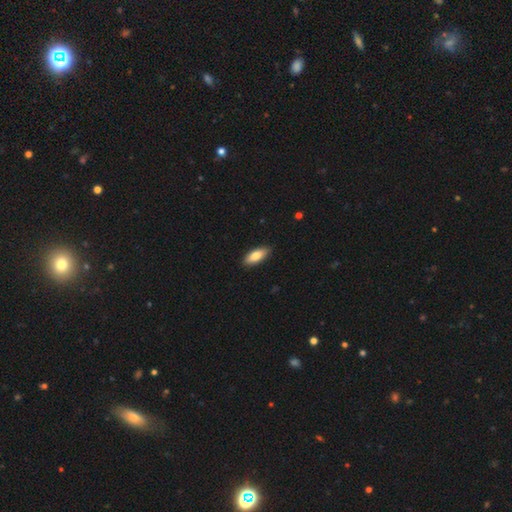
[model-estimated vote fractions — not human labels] Overall: smooth (79%). How rounded: in between (75%). Merging: none (89%).